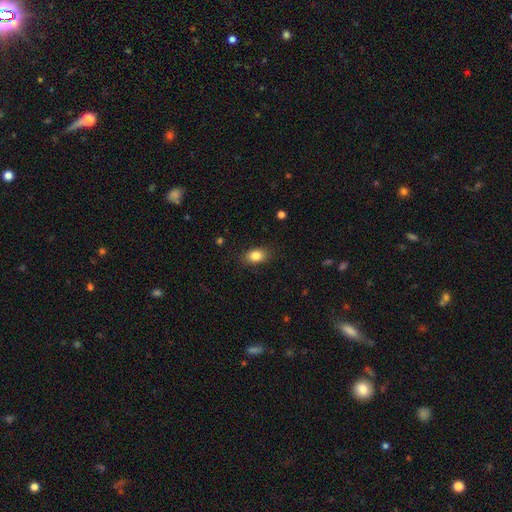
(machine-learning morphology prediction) A smooth galaxy with no disk features (85%) that is in between round and cigar-shaped (78%).

Vote fractions:
- Smooth or featured? smooth: 85% / star or artifact: 9% / featured or disk: 6%
- How rounded? in between: 78% / round: 20% / cigar-shaped: 2%
- Merging? none: 84% / minor disturbance: 12% / major disturbance: 3% / merger: 1%